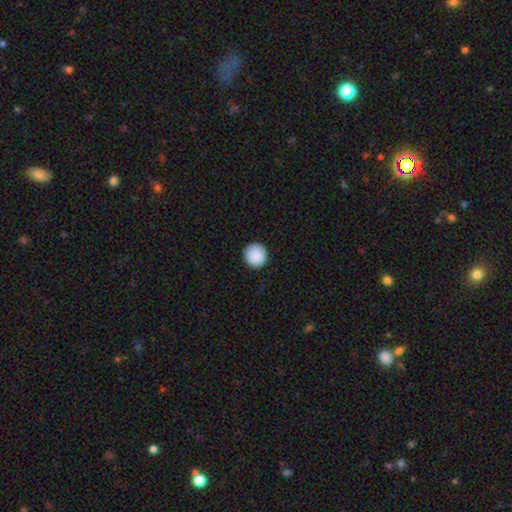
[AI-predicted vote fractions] A smooth galaxy with no disk features (90%) that is round (95%). Merging: none (92%).